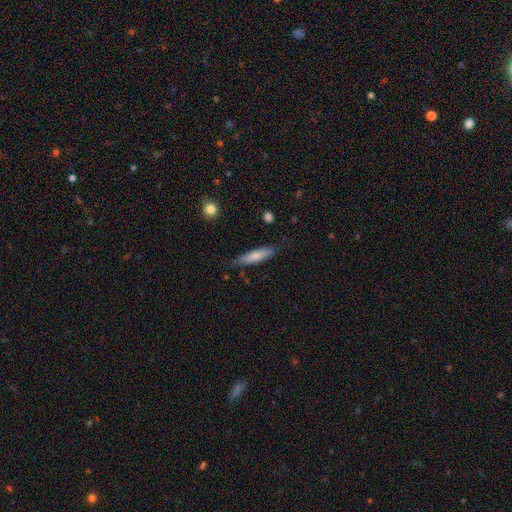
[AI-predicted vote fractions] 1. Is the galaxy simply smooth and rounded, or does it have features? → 74% smooth, 20% featured or disk, 6% star or artifact.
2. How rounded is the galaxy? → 78% cigar-shaped, 20% in between, 2% round.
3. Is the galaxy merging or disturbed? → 79% none, 17% minor disturbance, 3% major disturbance, 2% merger.